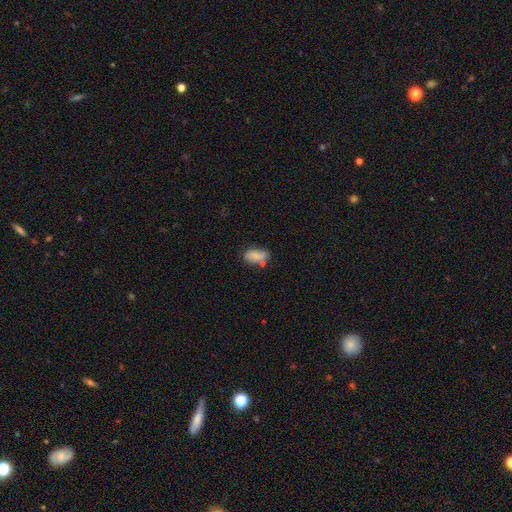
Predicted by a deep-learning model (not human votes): This is likely a smooth galaxy (76%). How rounded: clearly in between (90%). Merging: possibly none (52%).